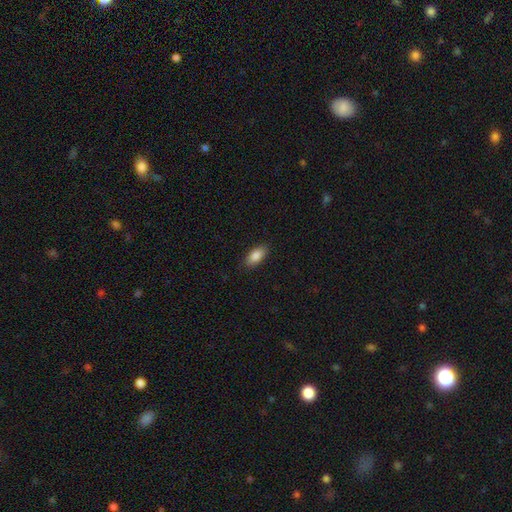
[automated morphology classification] The model was most divided on "merging": none: 86%, minor disturbance: 10%, major disturbance: 2%, merger: 1%. More confident: how rounded — in between (90%); smooth or featured — smooth (87%).